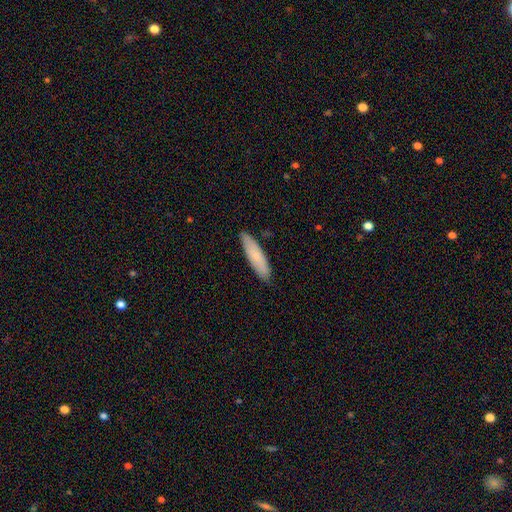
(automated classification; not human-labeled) Smooth or featured: smooth — 80% (featured or disk — 14%)
How rounded: cigar-shaped — 71% (in between — 27%)
Merging: none — 87% (minor disturbance — 10%)